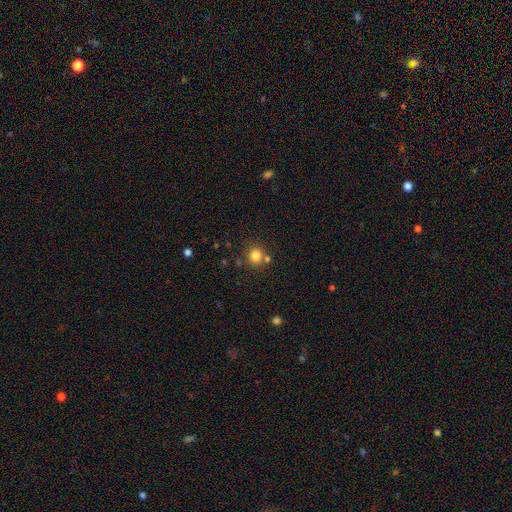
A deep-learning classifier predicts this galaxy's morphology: Smooth or featured? Predicted: smooth (p=0.81). How rounded? Predicted: round (p=0.80). Merging? Predicted: none (p=0.73).